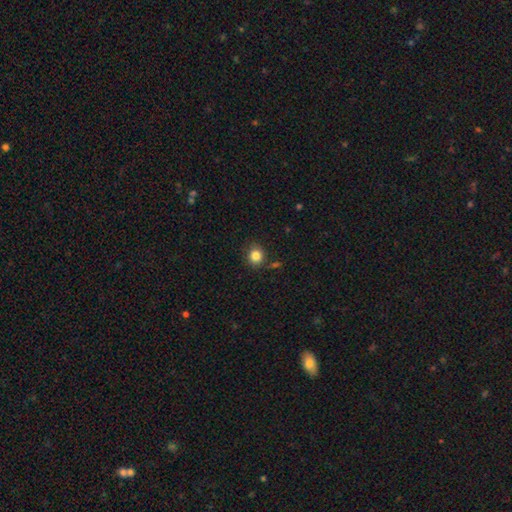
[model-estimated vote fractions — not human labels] smooth 84%, star or artifact 10%, featured or disk 5%. Down the decision tree: how rounded — round (83%); merging — none (83%).